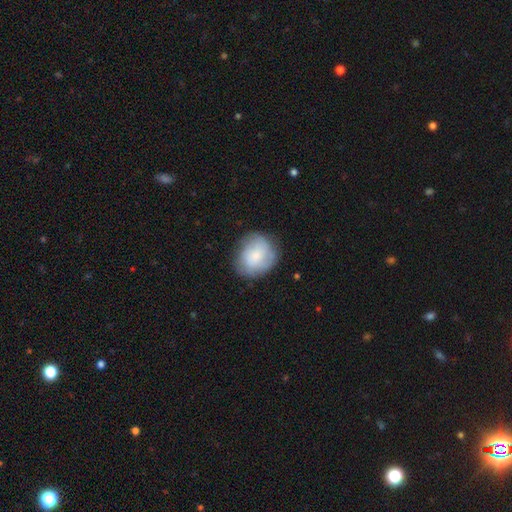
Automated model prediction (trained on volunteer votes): This is likely a smooth galaxy (61%). How rounded: likely round (73%). Merging: likely none (71%).